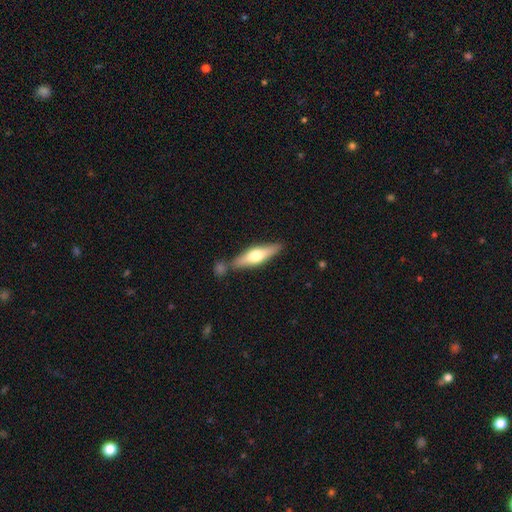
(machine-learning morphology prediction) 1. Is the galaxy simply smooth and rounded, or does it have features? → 51% smooth, 44% featured or disk, 5% star or artifact.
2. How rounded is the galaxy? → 68% cigar-shaped, 30% in between, 2% round.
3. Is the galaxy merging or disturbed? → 73% none, 12% minor disturbance, 12% merger, 3% major disturbance.